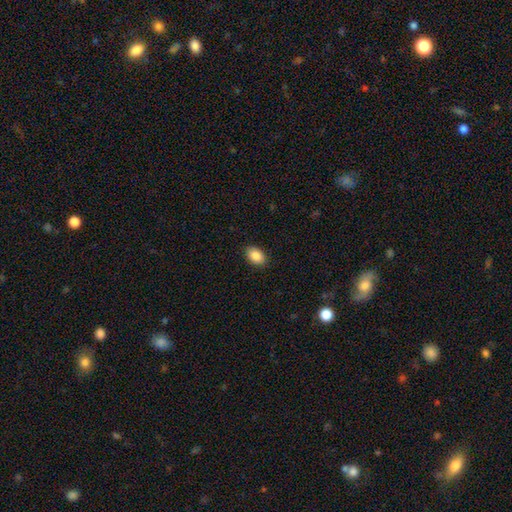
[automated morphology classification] type=smooth (87%); roundness=in between (86%); merging=none (89%).